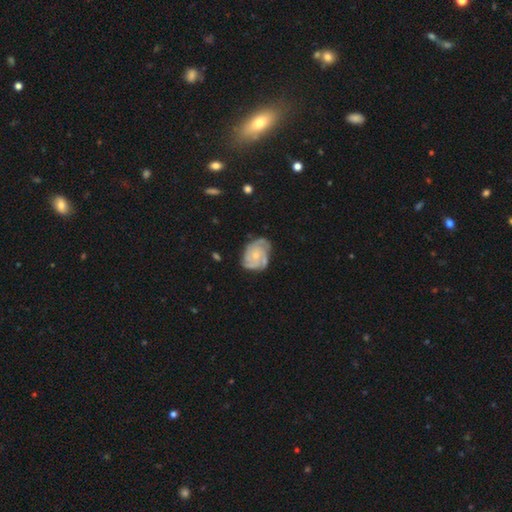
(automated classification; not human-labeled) smooth_or_featured: featured or disk (p=0.81) [alt: smooth p=0.13]
disk_edge_on: no (p=0.98) [alt: yes p=0.02]
bar: no (p=0.79) [alt: weak p=0.18]
has_spiral_arms: yes (p=0.94) [alt: no p=0.06]
spiral_winding: tight (p=0.58) [alt: medium p=0.34]
spiral_arm_count: 3 (p=0.34) [alt: can't tell p=0.22]
bulge_size: small (p=0.61) [alt: moderate p=0.33]
merging: none (p=0.66) [alt: minor disturbance p=0.24]